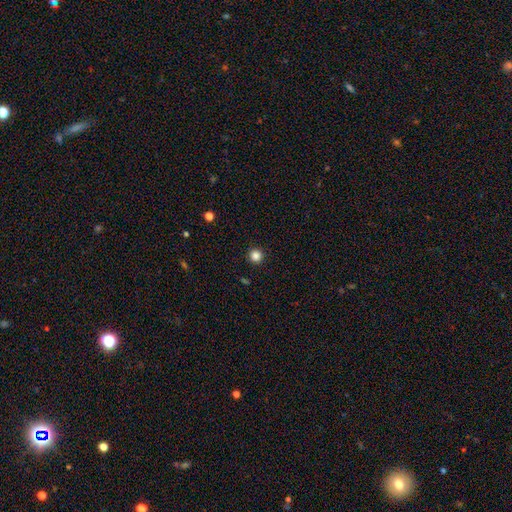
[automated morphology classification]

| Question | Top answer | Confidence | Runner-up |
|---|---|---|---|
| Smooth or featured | smooth | 85% | star or artifact (12%) |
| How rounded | round | 95% | in between (4%) |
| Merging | none | 93% | minor disturbance (5%) |